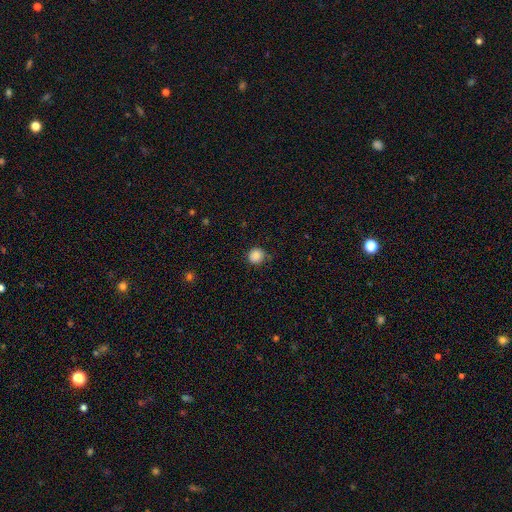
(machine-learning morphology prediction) Smooth or featured? Predicted: smooth (p=0.87). How rounded? Predicted: round (p=0.92). Merging? Predicted: none (p=0.79).